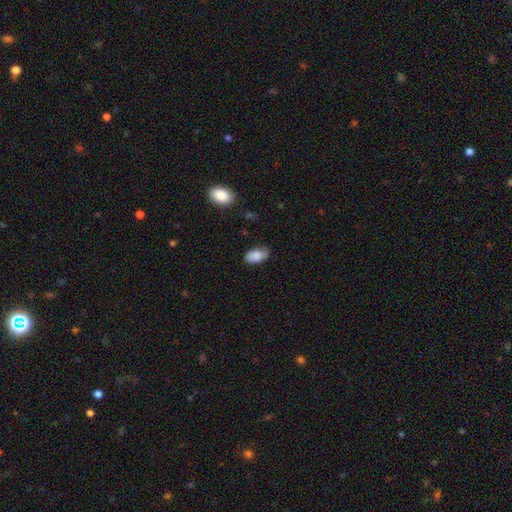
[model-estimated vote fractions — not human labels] This appears to be a smooth galaxy with no disk features (82%) that is in between round and cigar-shaped (94%). Merging: none (69%).